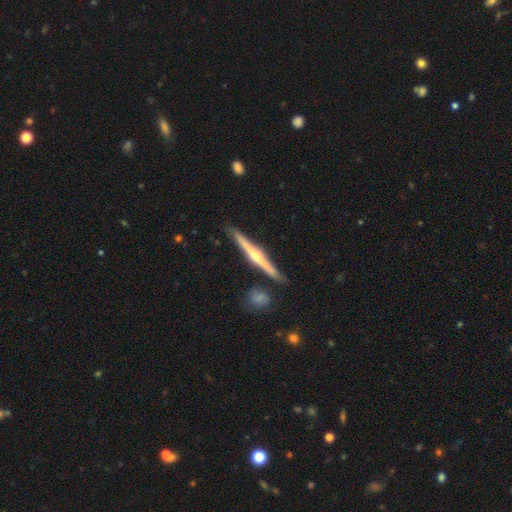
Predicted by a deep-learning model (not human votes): A featured or disk galaxy (75%) viewed edge-on (98%) with a rounded central bulge (84%).

Vote fractions:
- Smooth or featured? featured or disk: 75% / smooth: 20% / star or artifact: 5%
- Edge-on disk? yes: 98% / no: 2%
- Edge-on bulge? rounded: 84% / none: 11% / boxy: 5%
- Merging? none: 87% / minor disturbance: 8% / merger: 3% / major disturbance: 2%